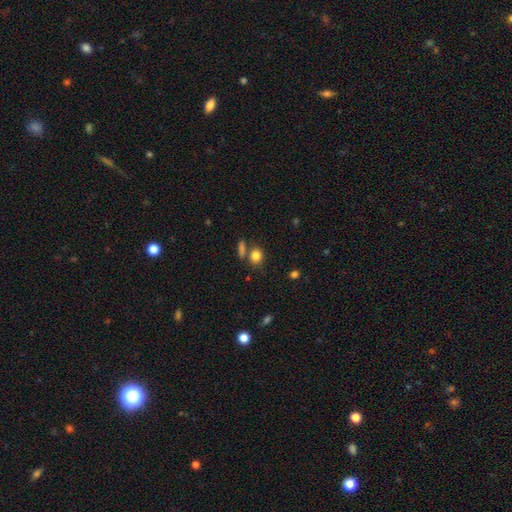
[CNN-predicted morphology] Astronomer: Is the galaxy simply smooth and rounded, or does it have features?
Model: smooth — 82%.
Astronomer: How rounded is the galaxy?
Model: round — 65%.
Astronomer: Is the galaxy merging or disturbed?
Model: none — 66%.